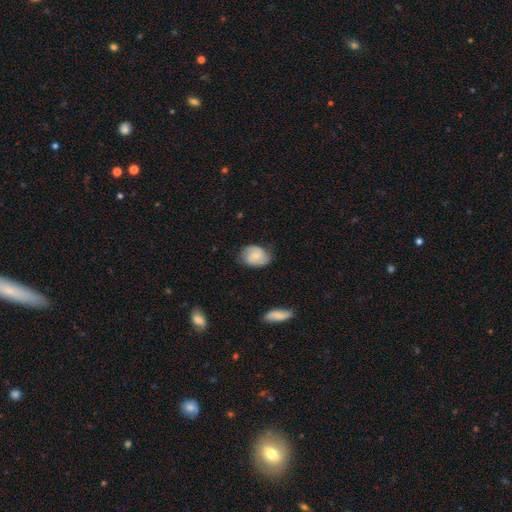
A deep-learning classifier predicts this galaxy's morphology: smooth_or_featured: smooth (p=0.50) [alt: featured or disk p=0.43]
how_rounded: in between (p=0.64) [alt: round p=0.35]
merging: none (p=0.66) [alt: minor disturbance p=0.26]